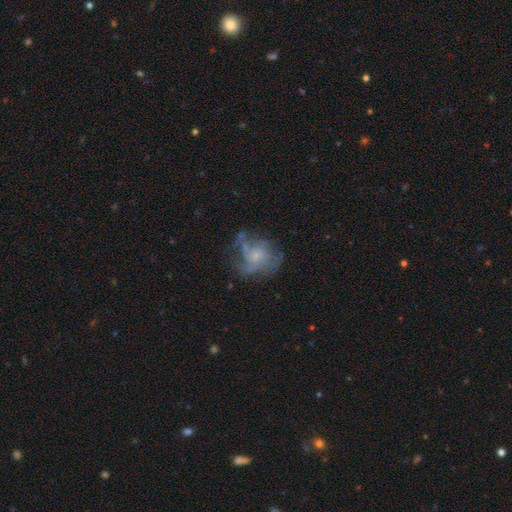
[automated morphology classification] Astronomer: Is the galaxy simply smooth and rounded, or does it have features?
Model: featured or disk — 67%.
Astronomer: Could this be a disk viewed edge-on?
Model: no — 98%.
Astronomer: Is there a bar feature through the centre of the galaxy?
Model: no — 77%.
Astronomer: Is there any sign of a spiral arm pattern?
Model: yes — 76%.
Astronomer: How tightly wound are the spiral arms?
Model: medium — 44% (runner-up: tight, 30%).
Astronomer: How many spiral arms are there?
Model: can't tell — 34% (runner-up: 3, 25%).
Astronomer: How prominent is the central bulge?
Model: small — 64%.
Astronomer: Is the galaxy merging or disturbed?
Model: none — 50% (runner-up: major disturbance, 25%).